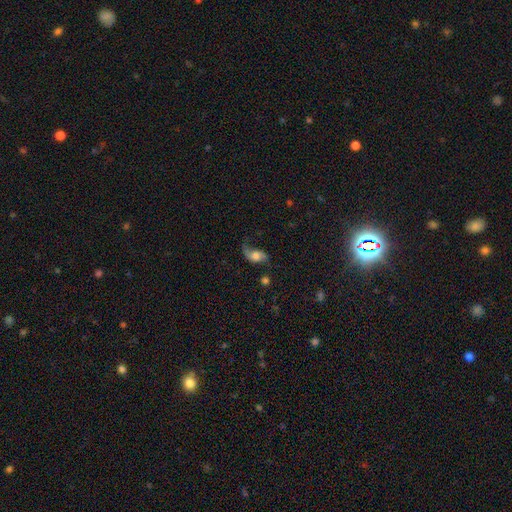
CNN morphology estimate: Smooth or featured: featured or disk — 60% (smooth — 31%)
Edge-on disk: no — 94% (yes — 6%)
Bar: no — 69% (weak — 24%)
Spiral arms: yes — 88% (no — 12%)
Bulge size: moderate — 54% (large — 21%)
Merging: none — 51% (minor disturbance — 24%)